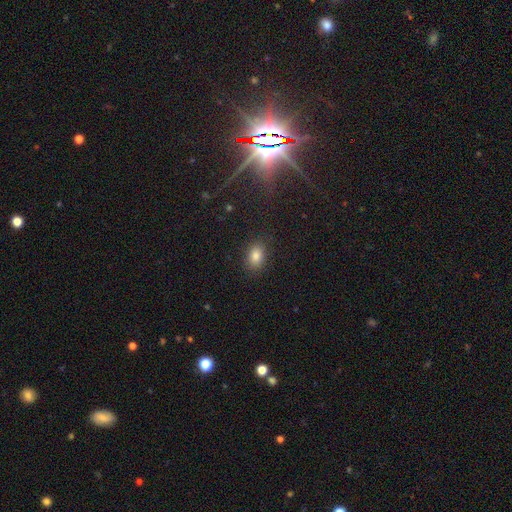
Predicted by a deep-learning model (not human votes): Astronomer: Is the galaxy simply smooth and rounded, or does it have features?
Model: smooth — 83%.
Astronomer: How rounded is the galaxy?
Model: in between — 77%.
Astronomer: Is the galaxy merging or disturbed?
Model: none — 86%.